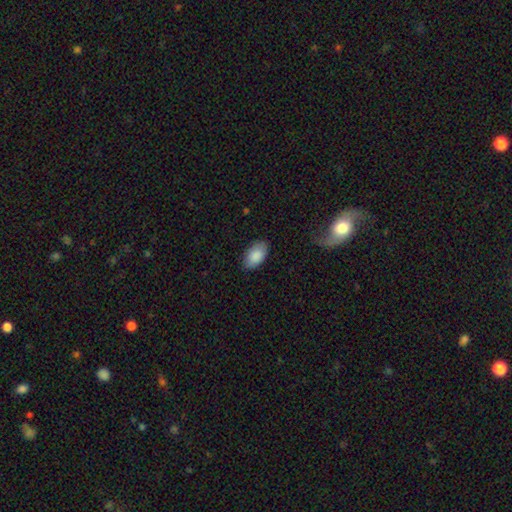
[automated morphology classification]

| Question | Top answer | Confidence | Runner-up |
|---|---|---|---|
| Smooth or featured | smooth | 88% | star or artifact (6%) |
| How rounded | in between | 94% | round (4%) |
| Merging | none | 84% | minor disturbance (12%) |